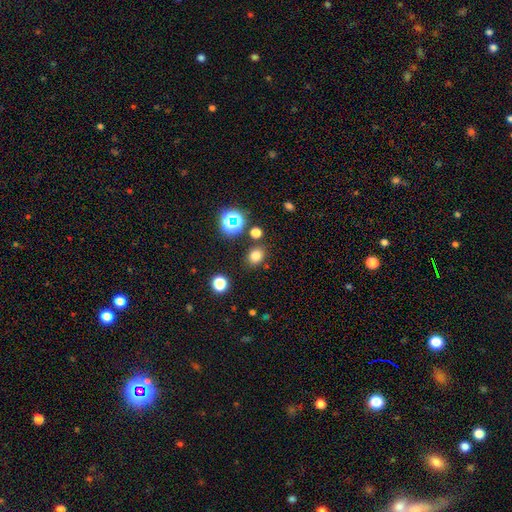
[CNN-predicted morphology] type=smooth (76%); roundness=round (59%); merging=none (81%).